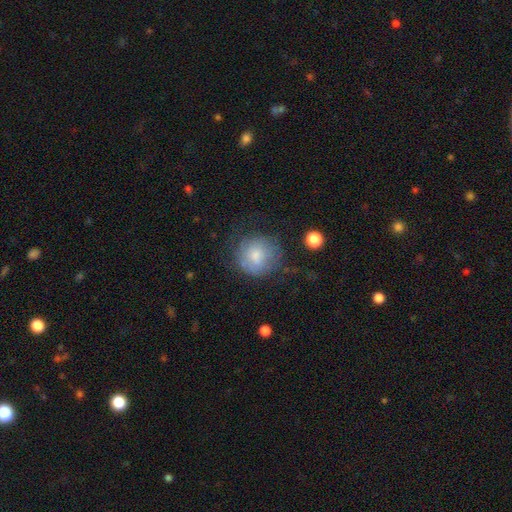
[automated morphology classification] Smooth or featured?
  - smooth: 67% *
  - featured or disk: 25%
  - star or artifact: 8%
How rounded?
  - round: 89% *
  - in between: 10%
  - cigar-shaped: 1%
Merging?
  - none: 55% *
  - minor disturbance: 24%
  - major disturbance: 19%
  - merger: 3%